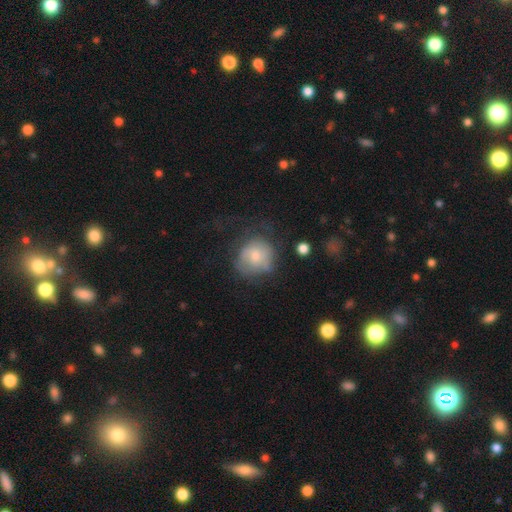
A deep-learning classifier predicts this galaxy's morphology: smooth_or_featured: smooth (p=0.64) [alt: featured or disk p=0.28]
how_rounded: round (p=0.81) [alt: in between p=0.18]
merging: none (p=0.43) [alt: minor disturbance p=0.27]